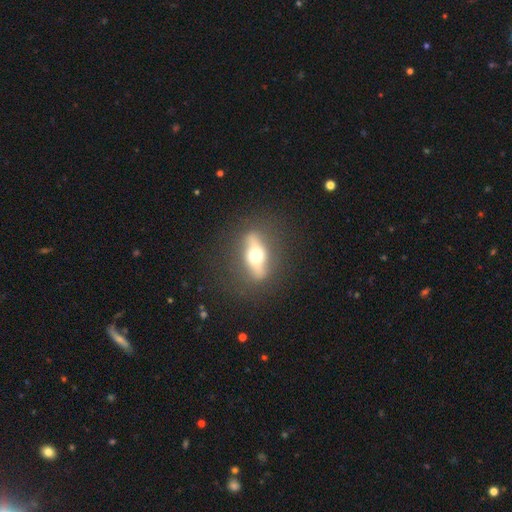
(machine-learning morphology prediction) Smooth or featured?
  - featured or disk: 56% *
  - smooth: 36%
  - star or artifact: 8%
Edge-on disk?
  - yes: 60% *
  - no: 40%
Merging?
  - none: 82% *
  - minor disturbance: 11%
  - major disturbance: 6%
  - merger: 1%